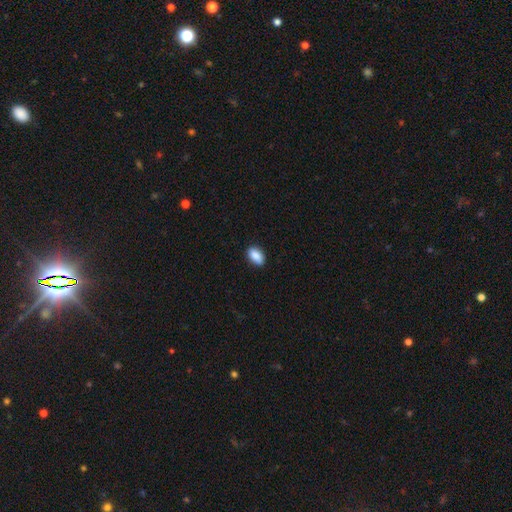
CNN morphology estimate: Overall: smooth (89%). How rounded: in between (92%). Merging: none (88%).